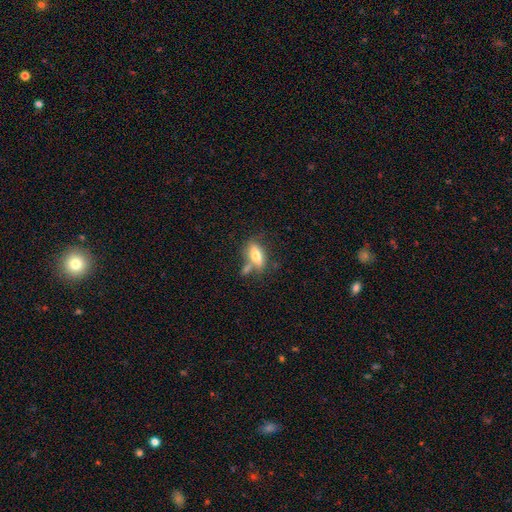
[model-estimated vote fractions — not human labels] This appears to be a smooth galaxy with no disk features (61%) that is in between round and cigar-shaped (70%). Merging: none (53%).